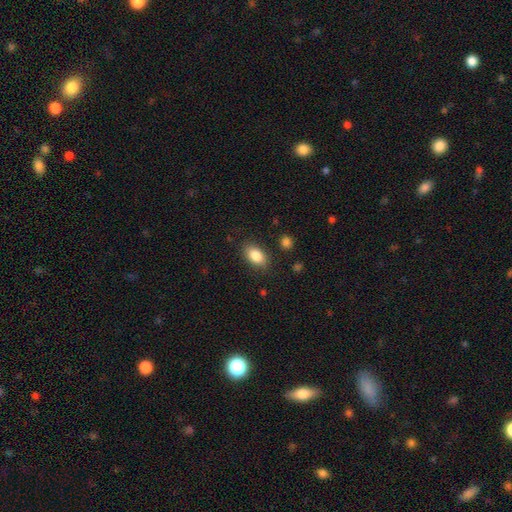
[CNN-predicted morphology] Smooth or featured? smooth (85%)
How rounded? in between (89%)
Merging? none (85%)